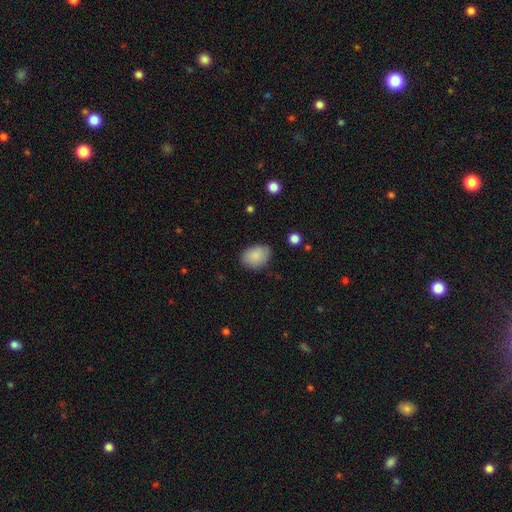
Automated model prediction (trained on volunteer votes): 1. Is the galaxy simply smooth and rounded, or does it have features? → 87% smooth, 7% star or artifact, 6% featured or disk.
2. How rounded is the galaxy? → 76% in between, 23% round, 1% cigar-shaped.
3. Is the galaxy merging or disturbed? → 75% none, 20% minor disturbance, 4% major disturbance, 2% merger.